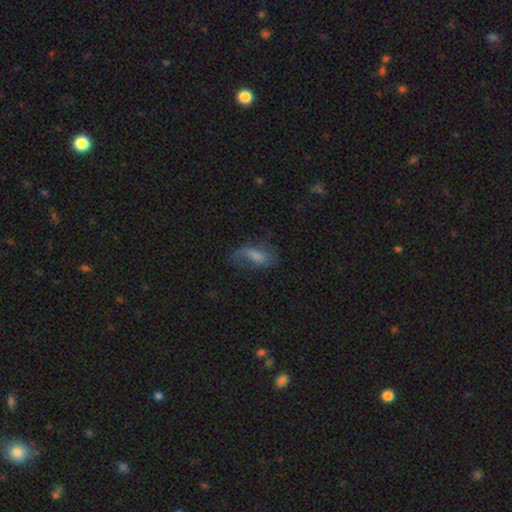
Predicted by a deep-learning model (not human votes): Smooth or featured? Predicted: smooth (p=0.53). How rounded? Predicted: in between (p=0.81). Merging? Predicted: none (p=0.49).